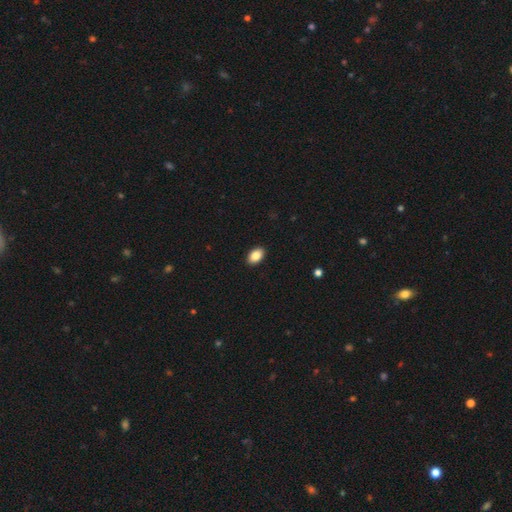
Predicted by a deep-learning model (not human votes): Morphology: type=smooth (87%); roundness=in between (89%); merging=none (91%).